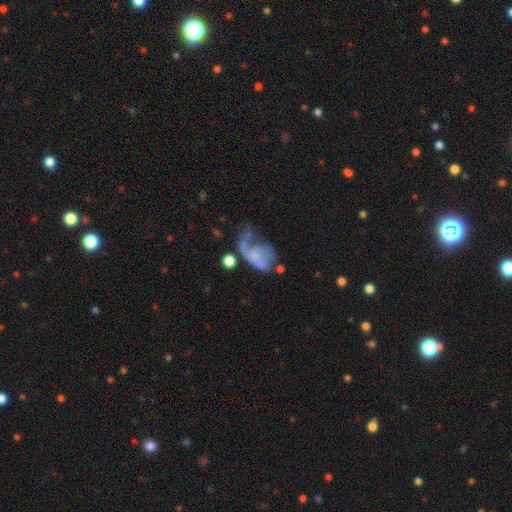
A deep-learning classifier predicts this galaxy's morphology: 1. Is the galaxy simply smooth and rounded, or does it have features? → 60% featured or disk, 30% smooth, 10% star or artifact.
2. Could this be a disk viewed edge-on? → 97% no, 3% yes.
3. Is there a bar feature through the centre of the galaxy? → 81% no, 16% weak, 3% strong.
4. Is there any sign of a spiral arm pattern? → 57% yes, 43% no.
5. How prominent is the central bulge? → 51% none, 33% small, 12% moderate, 3% large, 2% dominant.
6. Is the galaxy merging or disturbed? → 47% major disturbance, 21% none, 17% minor disturbance, 15% merger.